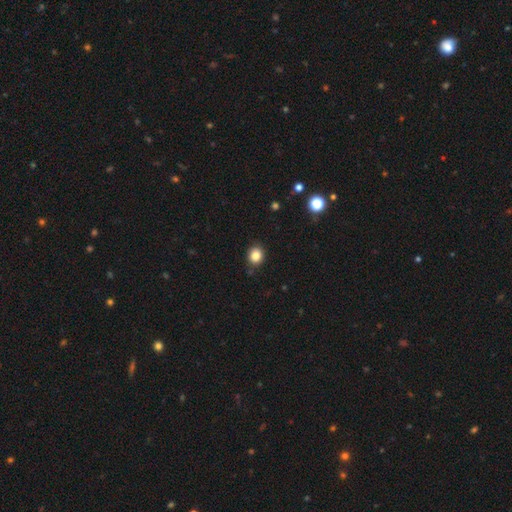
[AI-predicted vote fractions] Smooth or featured: smooth — 84% (star or artifact — 11%)
How rounded: round — 70% (in between — 29%)
Merging: none — 85% (minor disturbance — 11%)